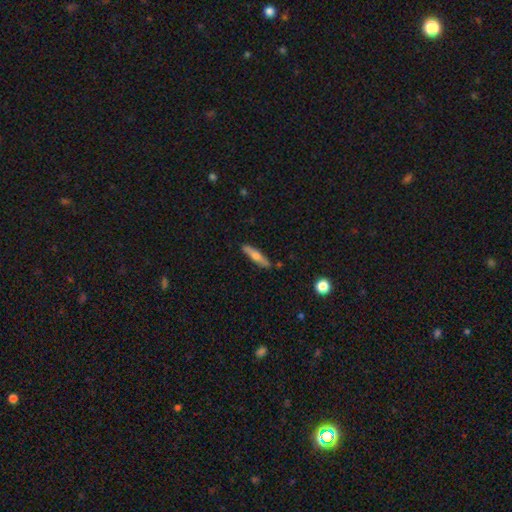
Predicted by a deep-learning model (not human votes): smooth 57%, featured or disk 37%, star or artifact 6%. Down the decision tree: how rounded — cigar-shaped (84%); merging — none (85%).